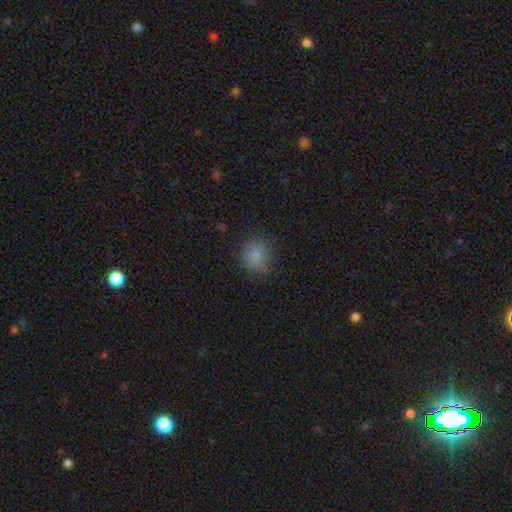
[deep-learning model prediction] A smooth galaxy with no disk features (83%) that is round (80%). Merging: none (78%).